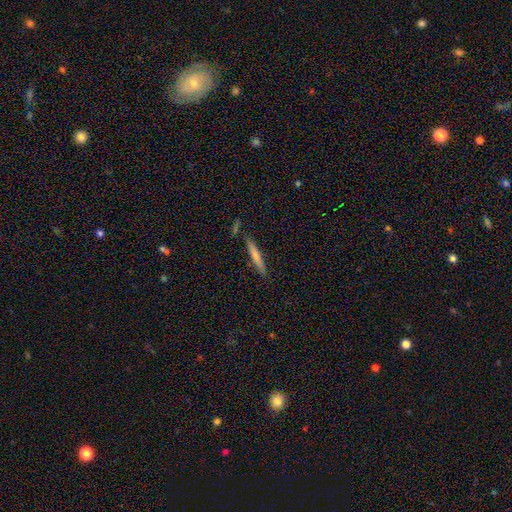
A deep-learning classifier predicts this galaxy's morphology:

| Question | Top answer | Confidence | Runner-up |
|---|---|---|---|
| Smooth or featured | smooth | 68% | featured or disk (25%) |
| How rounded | cigar-shaped | 93% | in between (6%) |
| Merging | none | 79% | minor disturbance (13%) |